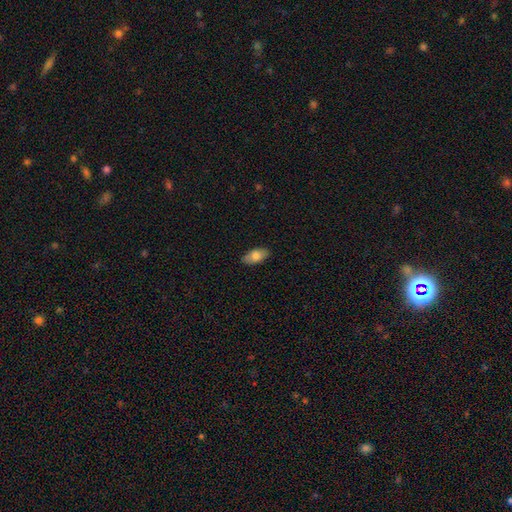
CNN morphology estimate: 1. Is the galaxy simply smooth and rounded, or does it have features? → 77% smooth, 16% featured or disk, 7% star or artifact.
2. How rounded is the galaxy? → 92% in between, 5% cigar-shaped, 3% round.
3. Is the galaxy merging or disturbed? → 87% none, 10% minor disturbance, 2% major disturbance, 1% merger.